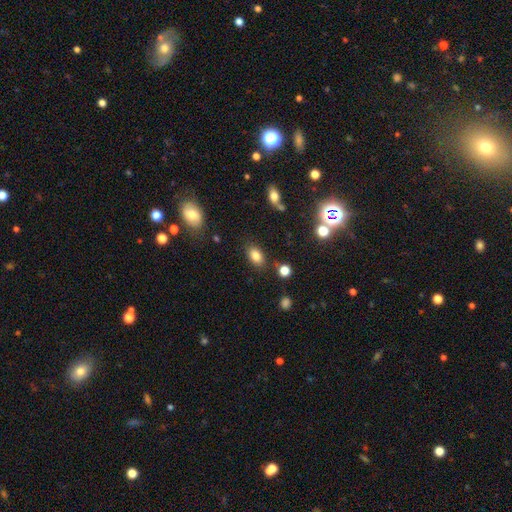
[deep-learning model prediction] This appears to be a smooth galaxy with no disk features (82%) that is in between round and cigar-shaped (85%). Merging: none (81%).